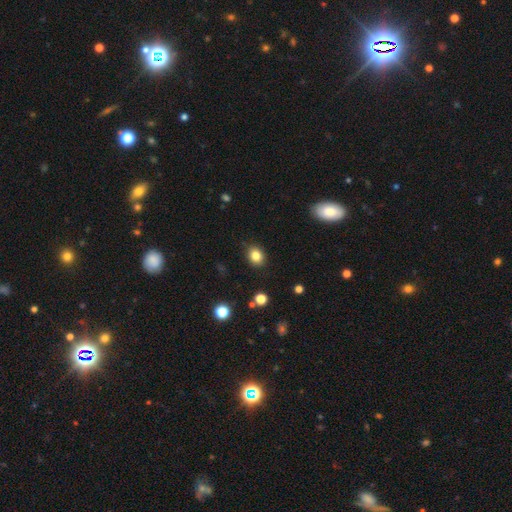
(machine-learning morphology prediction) The model was most divided on "how rounded": round: 56%, in between: 43%, cigar-shaped: 1%. More confident: merging — none (87%); smooth or featured — smooth (83%).